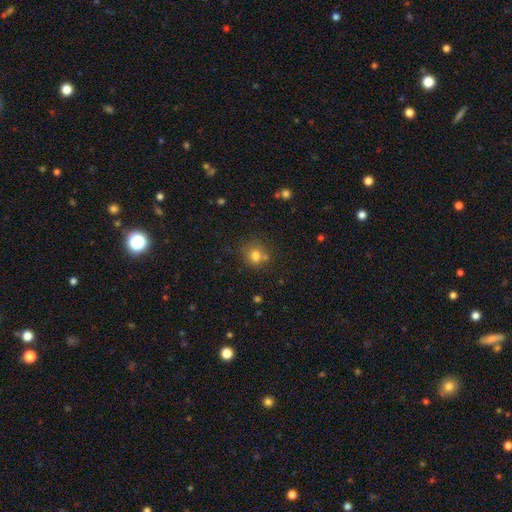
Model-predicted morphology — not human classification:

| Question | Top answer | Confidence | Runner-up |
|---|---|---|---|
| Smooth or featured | smooth | 78% | star or artifact (13%) |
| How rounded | round | 79% | in between (20%) |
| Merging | none | 64% | merger (17%) |